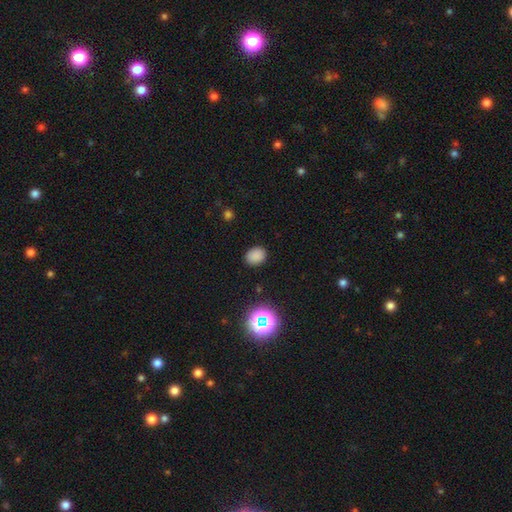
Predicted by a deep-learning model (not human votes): Morphology: type=smooth (82%); roundness=in between (52%); merging=none (87%).